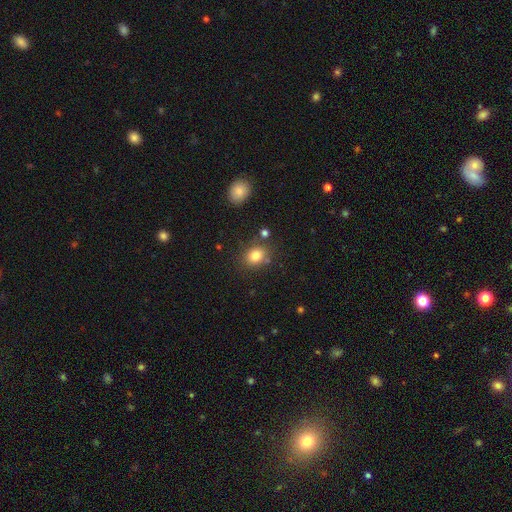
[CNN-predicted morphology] This appears to be a smooth galaxy with no disk features (82%) that is round (52%). Merging: none (77%).